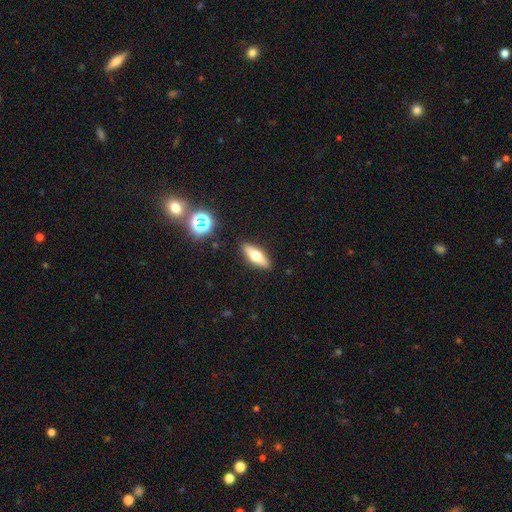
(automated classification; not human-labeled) Overall: smooth (53%; featured or disk 38%). How rounded: in between (51%; cigar-shaped 46%). Merging: none (89%).